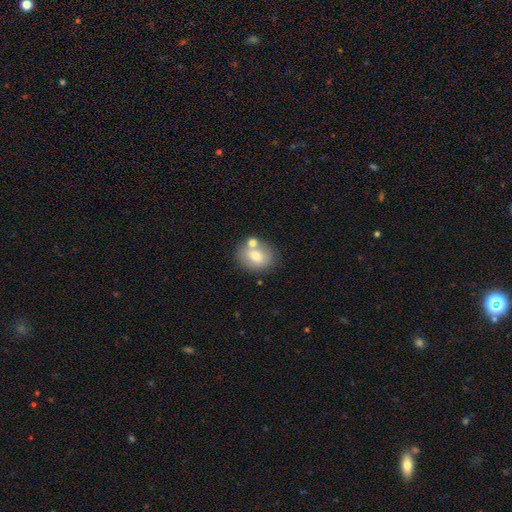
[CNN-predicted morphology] Q: Smooth or featured?
A: smooth (69%); runner-up: featured or disk (22%)
Q: How rounded?
A: round (53%); runner-up: in between (46%)
Q: Merging?
A: none (63%); runner-up: merger (21%)